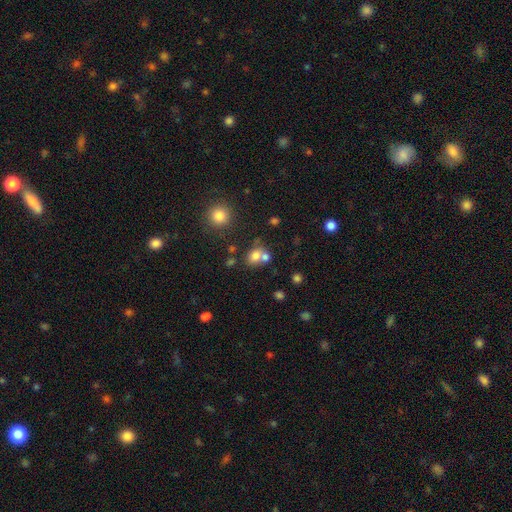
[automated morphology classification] smooth-or-featured: smooth: 74% | featured or disk: 13% | star or artifact: 13%
  how-rounded: round: 52% | in between: 47% | cigar-shaped: 1%
  merging: merger: 44% | none: 41% | minor disturbance: 10% | major disturbance: 5%